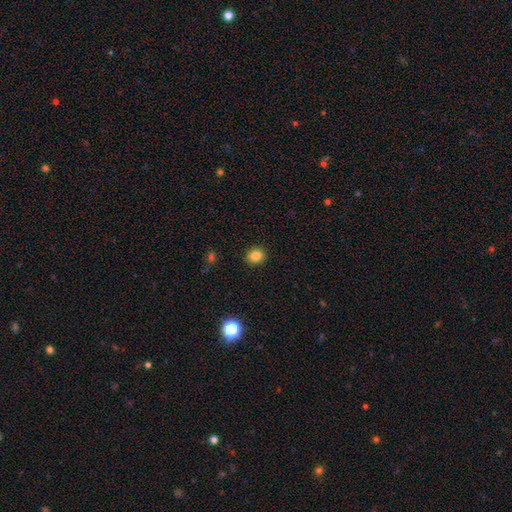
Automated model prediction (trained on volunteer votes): smooth-or-featured: smooth: 83% | star or artifact: 12% | featured or disk: 6%
  how-rounded: round: 77% | in between: 22% | cigar-shaped: 1%
  merging: none: 91% | minor disturbance: 6% | major disturbance: 2% | merger: 1%